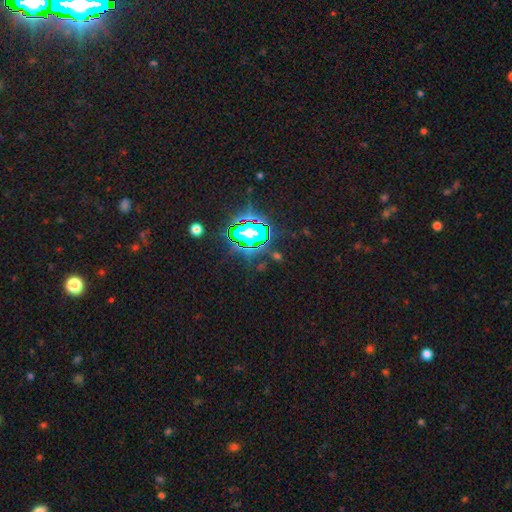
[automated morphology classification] Overall: star or artifact (81%).